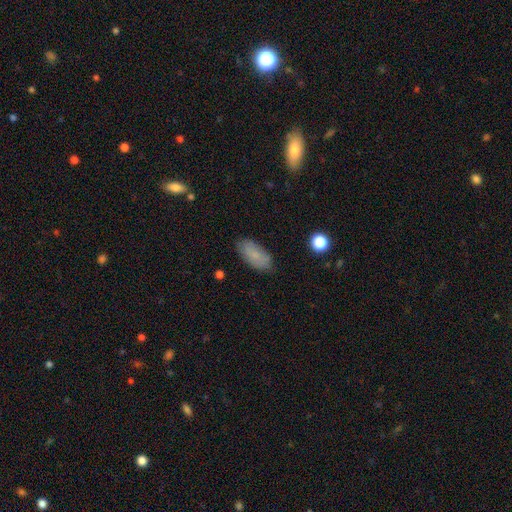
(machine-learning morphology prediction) Smooth or featured? smooth (81%)
How rounded? in between (90%)
Merging? none (80%)